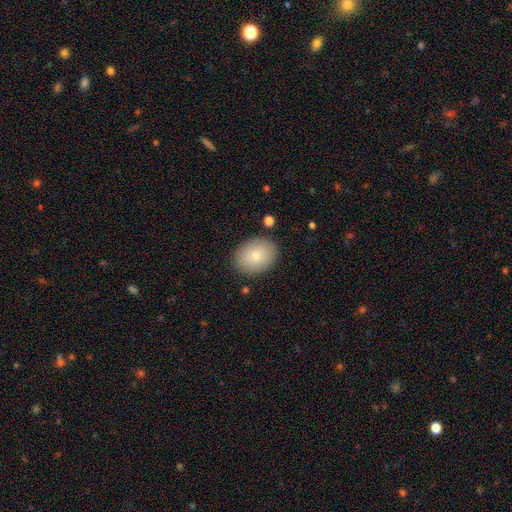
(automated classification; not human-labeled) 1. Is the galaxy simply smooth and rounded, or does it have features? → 79% smooth, 13% featured or disk, 8% star or artifact.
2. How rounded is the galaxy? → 65% in between, 35% round, 1% cigar-shaped.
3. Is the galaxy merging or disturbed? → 86% none, 9% minor disturbance, 3% major disturbance, 2% merger.